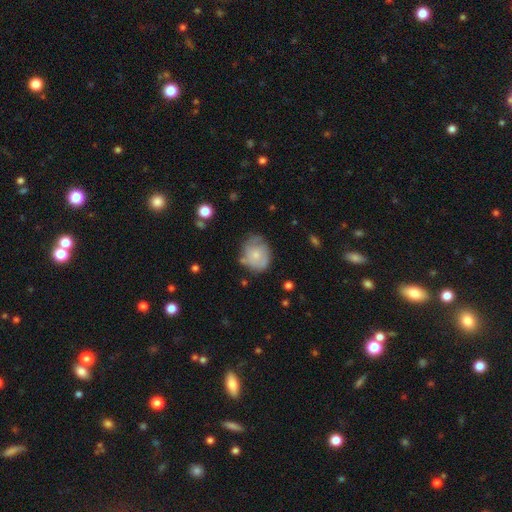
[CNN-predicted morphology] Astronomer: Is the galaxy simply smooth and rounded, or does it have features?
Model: smooth — 55% (runner-up: featured or disk, 38%).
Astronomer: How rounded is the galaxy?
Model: round — 59% (runner-up: in between, 40%).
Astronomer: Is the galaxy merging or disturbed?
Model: none — 53% (runner-up: minor disturbance, 32%).